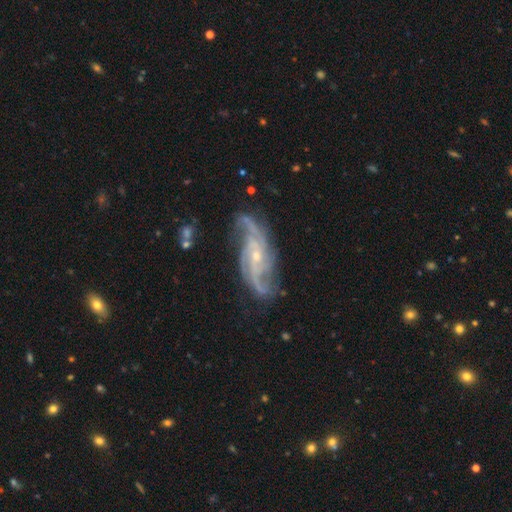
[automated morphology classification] This is clearly a featured or disk galaxy (90%). It is clearly not viewed edge-on (94%). Bar: possibly no (54%). Spiral arm pattern: clearly yes (98%). Spiral arm count: marginally 3 (32%). Spiral winding: possibly medium (49%). Central bulge: likely small (72%). Merging: likely none (71%).